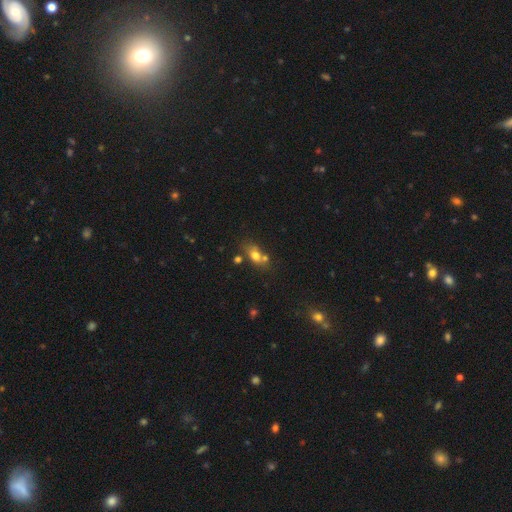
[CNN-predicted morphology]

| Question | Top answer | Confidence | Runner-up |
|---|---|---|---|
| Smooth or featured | smooth | 69% | featured or disk (18%) |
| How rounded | in between | 62% | round (32%) |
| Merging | none | 48% | merger (32%) |